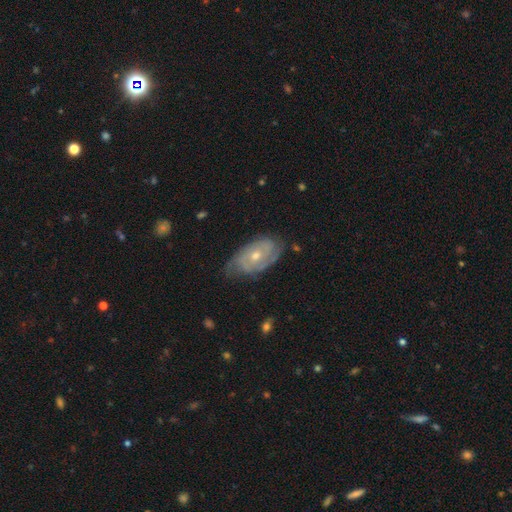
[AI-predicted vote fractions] featured or disk 78%, smooth 16%, star or artifact 7%. Down the decision tree: edge-on disk — no (94%); bar — no (75%); spiral arms — yes (89%); spiral arm count — 2 (40%); spiral winding — tight (65%); bulge size — moderate (57%); merging — none (67%).